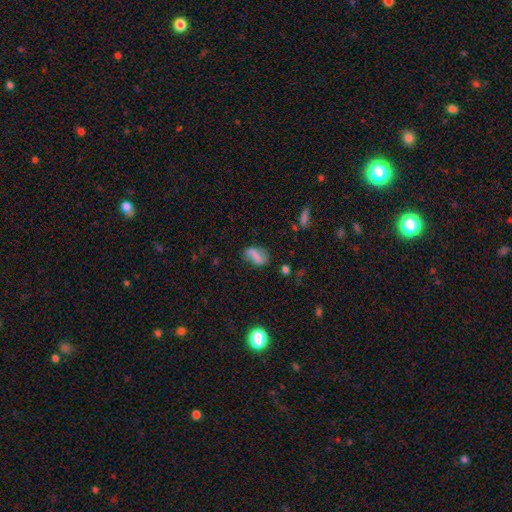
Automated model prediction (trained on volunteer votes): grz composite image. It shows a smooth galaxy with no disk features (51%) that is in between round and cigar-shaped (79%). Merging: none (60%).